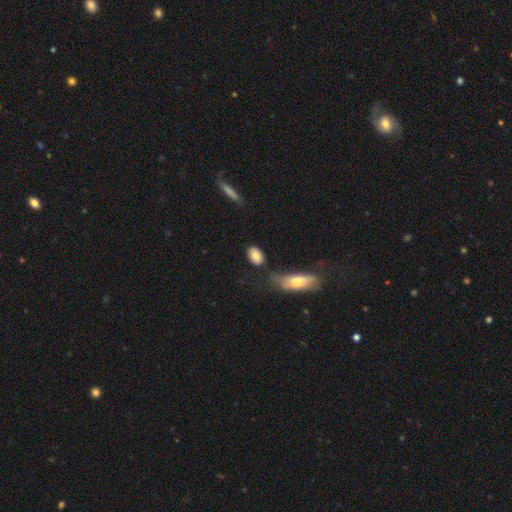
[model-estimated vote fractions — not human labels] A smooth galaxy with no disk features (83%) that is in between round and cigar-shaped (85%). Merging: none (69%).